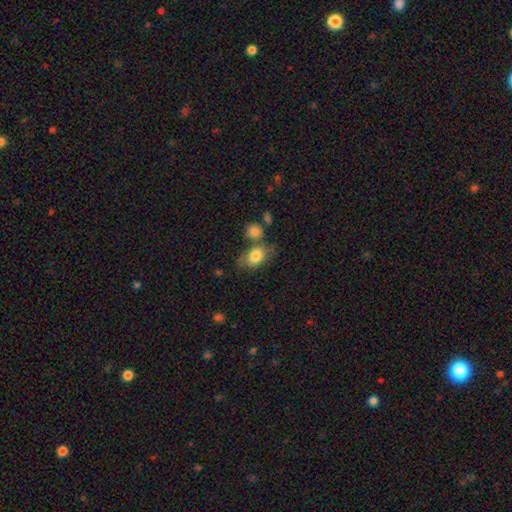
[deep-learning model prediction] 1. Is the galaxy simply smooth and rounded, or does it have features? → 82% smooth, 11% featured or disk, 8% star or artifact.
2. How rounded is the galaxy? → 74% in between, 24% round, 2% cigar-shaped.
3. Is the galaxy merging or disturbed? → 51% none, 22% merger, 19% minor disturbance, 7% major disturbance.